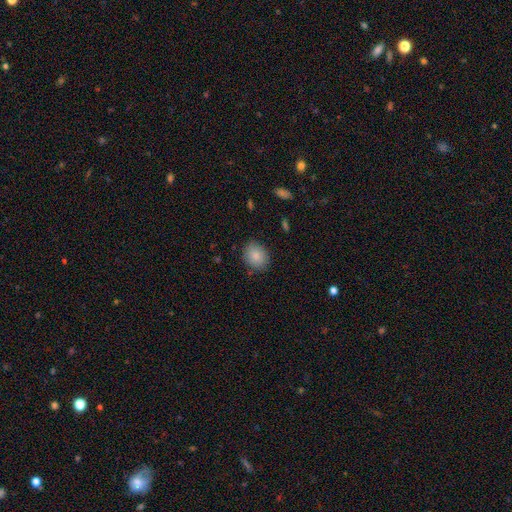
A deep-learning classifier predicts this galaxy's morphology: Overall: smooth (87%). How rounded: round (60%; in between 39%). Merging: none (84%).